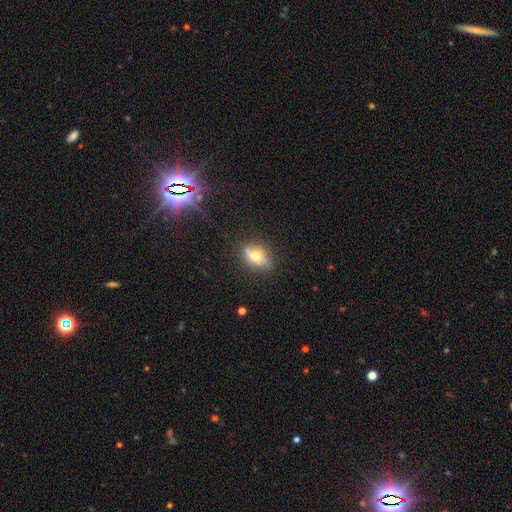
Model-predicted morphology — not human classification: Q: Smooth or featured?
A: smooth (46%); runner-up: featured or disk (43%)
Q: Merging?
A: none (79%); runner-up: minor disturbance (15%)